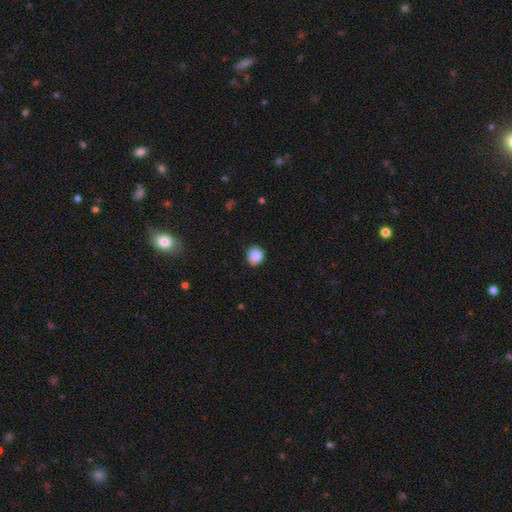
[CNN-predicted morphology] smooth-or-featured: smooth: 88% | star or artifact: 8% | featured or disk: 4%
  how-rounded: round: 72% | in between: 27% | cigar-shaped: 1%
  merging: none: 77% | minor disturbance: 18% | major disturbance: 3% | merger: 1%